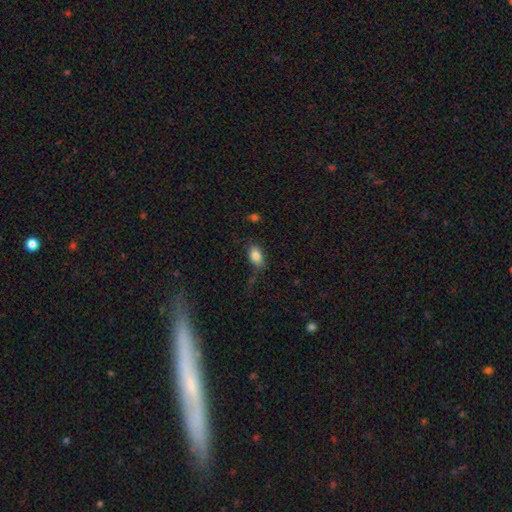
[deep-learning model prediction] Smooth or featured?
  - smooth: 83% *
  - featured or disk: 8%
  - star or artifact: 8%
How rounded?
  - in between: 89% *
  - round: 8%
  - cigar-shaped: 3%
Merging?
  - none: 70% *
  - minor disturbance: 20%
  - major disturbance: 7%
  - merger: 3%